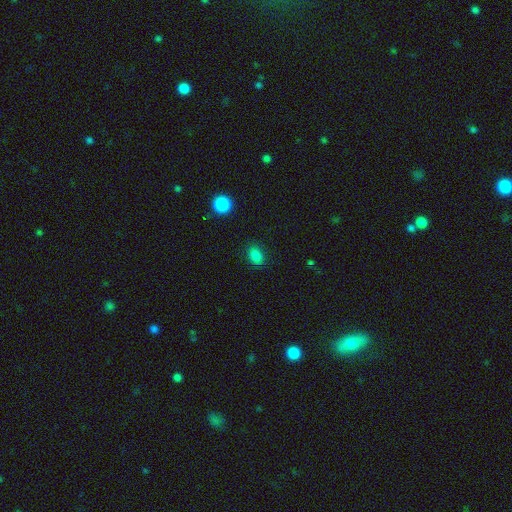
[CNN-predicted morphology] smooth_or_featured: smooth (p=0.84) [alt: star or artifact p=0.12]
how_rounded: in between (p=0.74) [alt: round p=0.25]
merging: none (p=0.86) [alt: minor disturbance p=0.10]